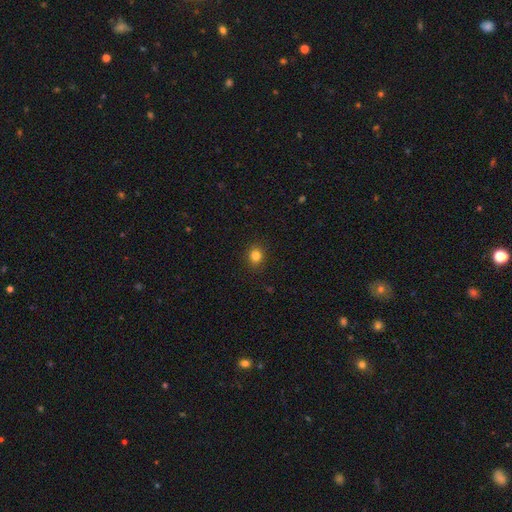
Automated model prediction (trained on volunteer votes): This appears to be a smooth galaxy with no disk features (82%) that is round (77%). Merging: none (91%).